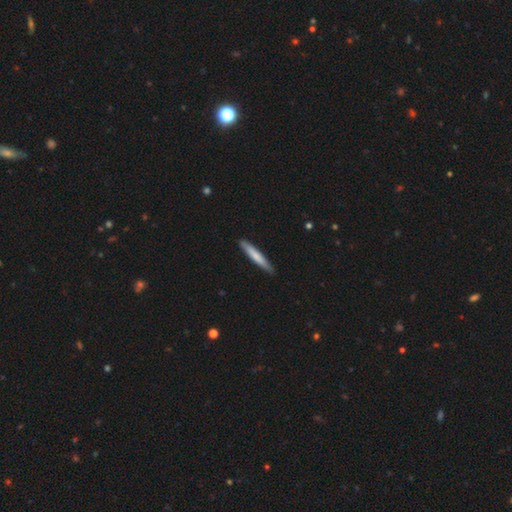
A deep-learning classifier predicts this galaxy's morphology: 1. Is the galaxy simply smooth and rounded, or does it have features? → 71% smooth, 25% featured or disk, 5% star or artifact.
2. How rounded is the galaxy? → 95% cigar-shaped, 4% in between, 1% round.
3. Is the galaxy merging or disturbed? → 88% none, 9% minor disturbance, 1% major disturbance, 1% merger.